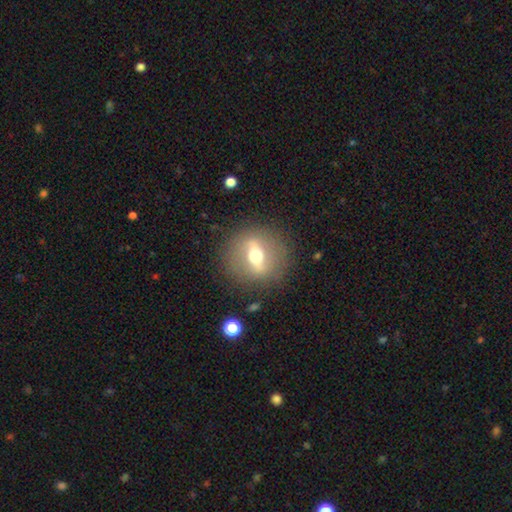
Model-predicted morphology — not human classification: type=featured or disk (61%); edge-on=no (64%); merging=none (84%).